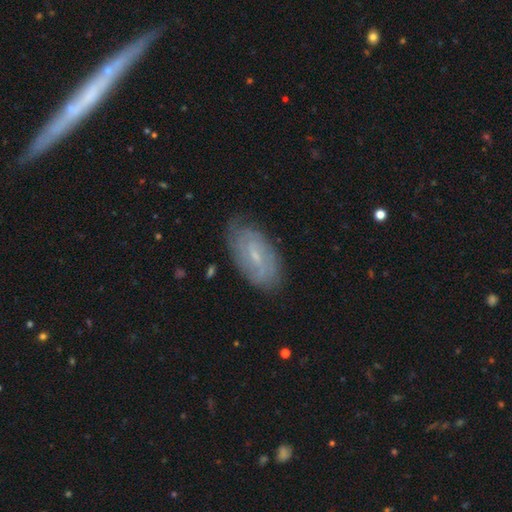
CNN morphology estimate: A featured or disk galaxy (63%) with a weak bar (55%), spiral arms (83%) and a small central bulge (72%). Merging: none (77%).